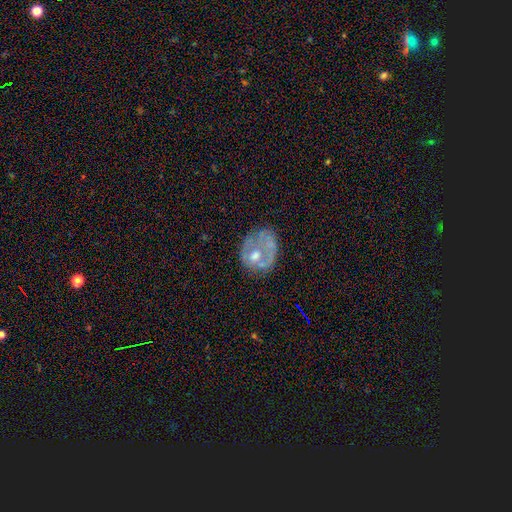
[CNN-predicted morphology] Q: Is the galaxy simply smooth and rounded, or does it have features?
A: featured or disk — 58%.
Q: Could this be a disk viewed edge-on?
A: no — 97%.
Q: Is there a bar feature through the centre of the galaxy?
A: no — 85%.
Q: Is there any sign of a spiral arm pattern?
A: no — 75%.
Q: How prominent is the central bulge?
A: moderate — 64%.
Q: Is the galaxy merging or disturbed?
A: none — 44%.